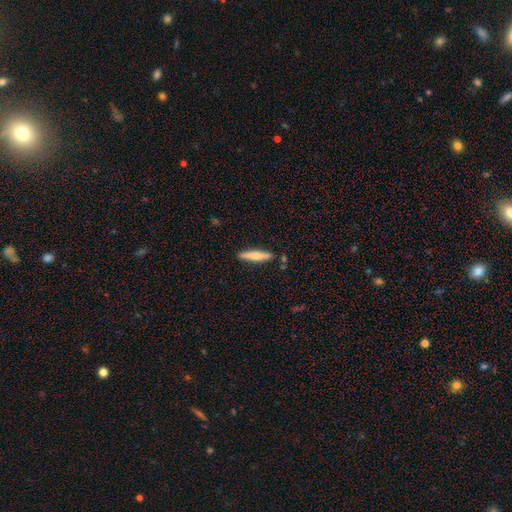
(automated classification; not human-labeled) A smooth galaxy with no disk features (69%) that is cigar-shaped (88%). Merging: none (87%).